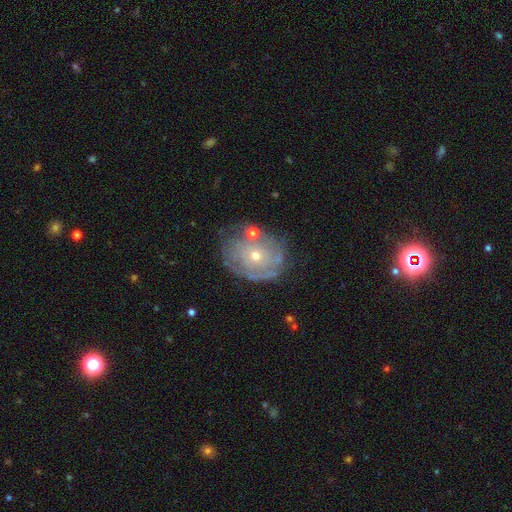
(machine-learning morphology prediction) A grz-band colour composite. It shows a featured or disk galaxy (69%) with no bar (86%), spiral arms (67%) and a small central bulge (63%). Merging: none (63%).